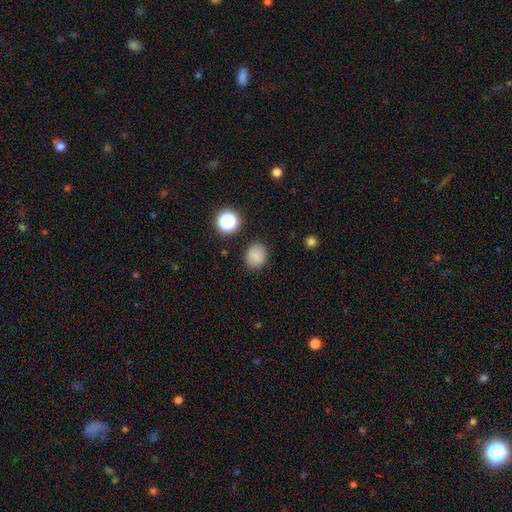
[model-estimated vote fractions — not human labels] A smooth galaxy with no disk features (80%) that is round (67%).

Vote fractions:
- Smooth or featured? smooth: 80% / star or artifact: 12% / featured or disk: 8%
- How rounded? round: 67% / in between: 33% / cigar-shaped: 1%
- Merging? none: 85% / minor disturbance: 10% / major disturbance: 3% / merger: 2%